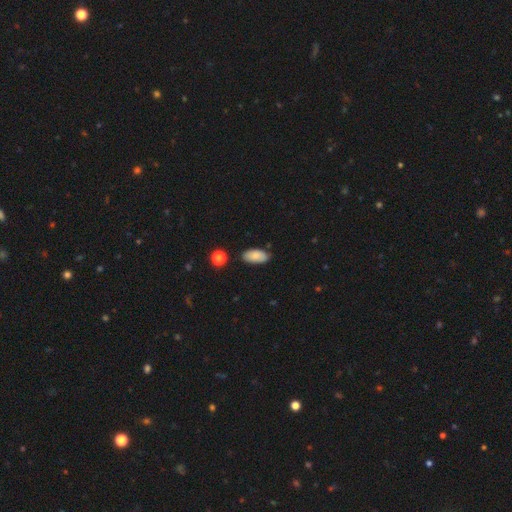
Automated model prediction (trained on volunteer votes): The model was most divided on "merging": none: 82%, minor disturbance: 13%, major disturbance: 3%, merger: 3%. More confident: how rounded — in between (92%); smooth or featured — smooth (86%).